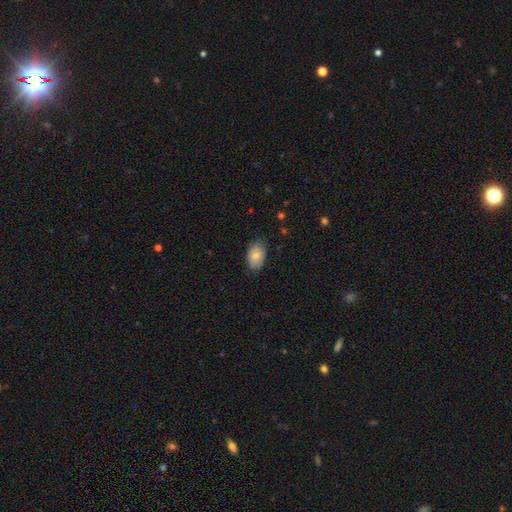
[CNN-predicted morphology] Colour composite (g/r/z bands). It shows a smooth galaxy with no disk features (78%) that is in between round and cigar-shaped (87%). Merging: none (73%).